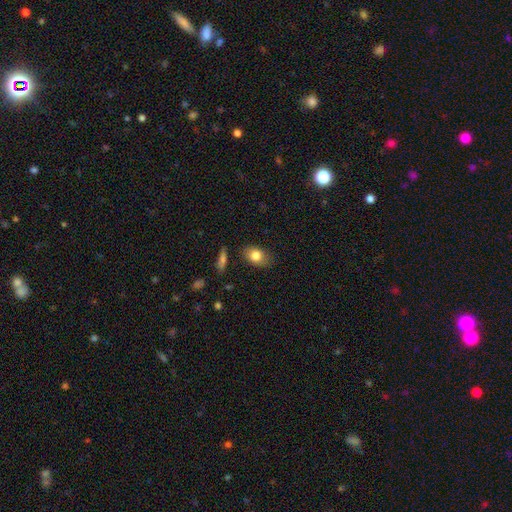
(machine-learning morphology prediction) The model was most divided on "how rounded": in between: 77%, round: 21%, cigar-shaped: 2%. More confident: smooth or featured — smooth (80%); merging — none (79%).